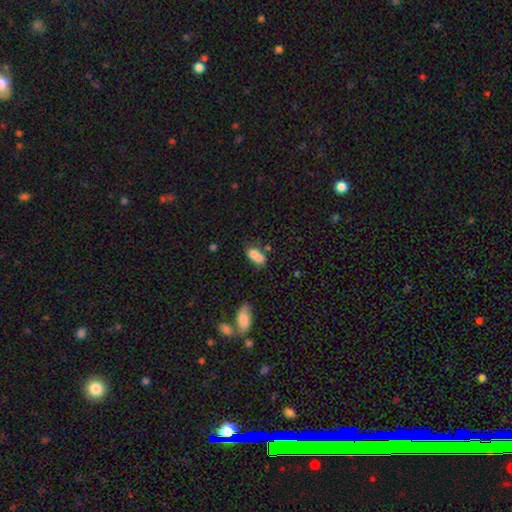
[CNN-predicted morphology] A smooth galaxy with no disk features (73%) that is in between round and cigar-shaped (73%). Merging: merger (60%).